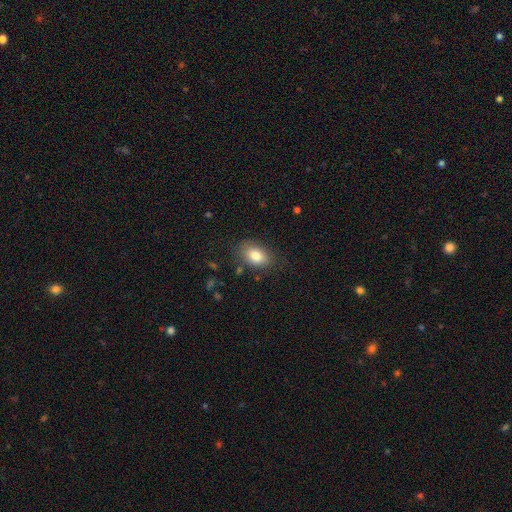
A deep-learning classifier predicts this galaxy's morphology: Smooth or featured?
  - smooth: 81% *
  - featured or disk: 10%
  - star or artifact: 8%
How rounded?
  - in between: 86% *
  - round: 13%
  - cigar-shaped: 1%
Merging?
  - none: 79% *
  - minor disturbance: 15%
  - major disturbance: 4%
  - merger: 2%